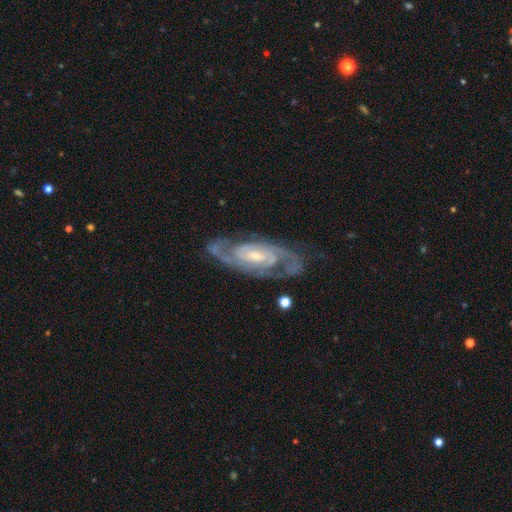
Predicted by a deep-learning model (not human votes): This appears to be a featured or disk galaxy (91%) with a weak bar (45%), 2 (78%) tight (51%) spiral arms (97%) and a small central bulge (49%). Merging: none (76%).